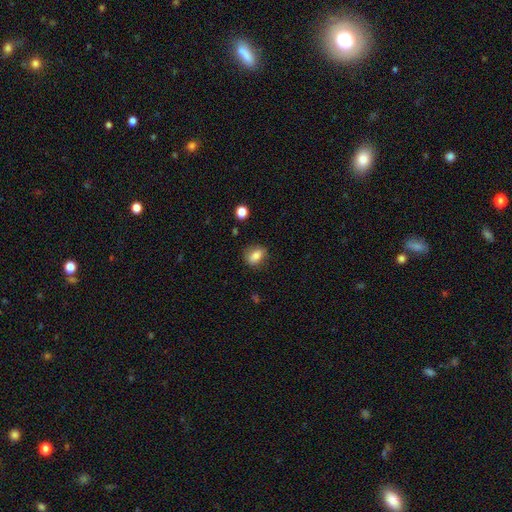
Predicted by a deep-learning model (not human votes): Smooth or featured? Predicted: smooth (p=0.82). How rounded? Predicted: in between (p=0.71). Merging? Predicted: none (p=0.77).